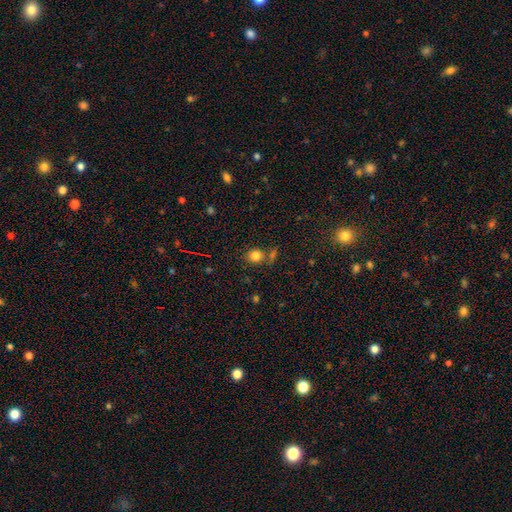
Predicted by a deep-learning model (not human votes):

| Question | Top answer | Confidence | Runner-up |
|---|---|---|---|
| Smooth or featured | smooth | 81% | star or artifact (12%) |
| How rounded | round | 79% | in between (20%) |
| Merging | none | 69% | merger (16%) |